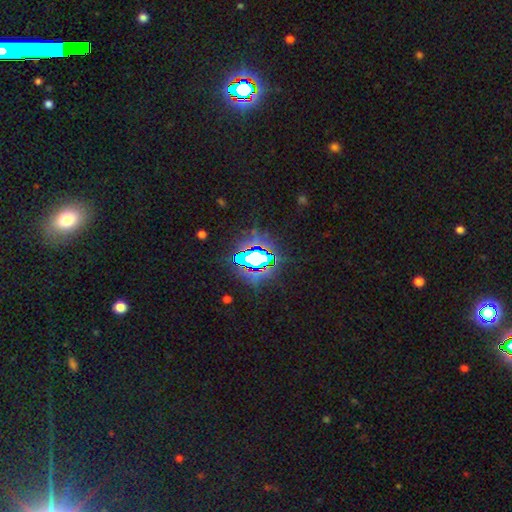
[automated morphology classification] Overall: star or artifact (74%).